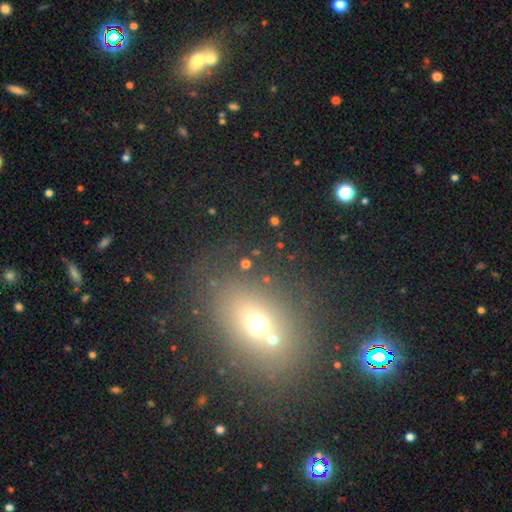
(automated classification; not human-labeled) Smooth or featured: smooth — 49% (star or artifact — 35%)
Merging: none — 66% (merger — 18%)